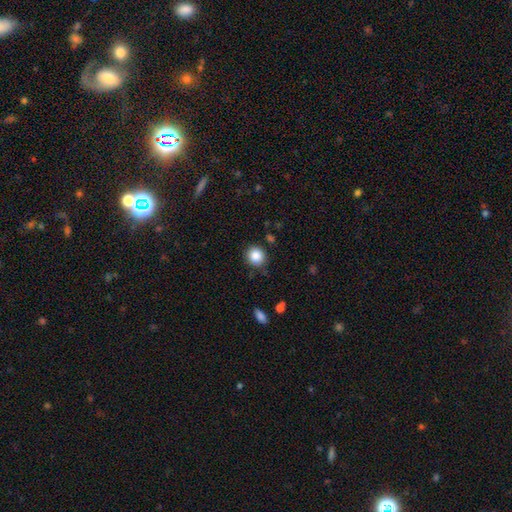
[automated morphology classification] smooth-or-featured: smooth: 86% | star or artifact: 9% | featured or disk: 4%
  how-rounded: round: 88% | in between: 11% | cigar-shaped: 1%
  merging: none: 85% | minor disturbance: 11% | major disturbance: 3% | merger: 2%